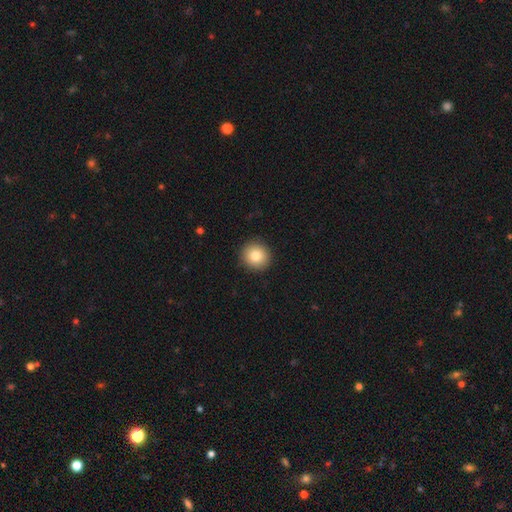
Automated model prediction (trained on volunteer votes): smooth_or_featured: smooth (p=0.82) [alt: star or artifact p=0.09]
how_rounded: round (p=0.92) [alt: in between p=0.07]
merging: none (p=0.92) [alt: minor disturbance p=0.06]